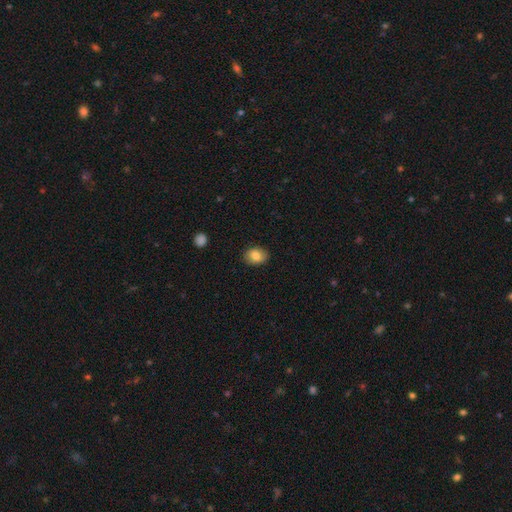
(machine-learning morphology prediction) smooth 83%, featured or disk 9%, star or artifact 8%. Down the decision tree: how rounded — in between (69%); merging — none (88%).